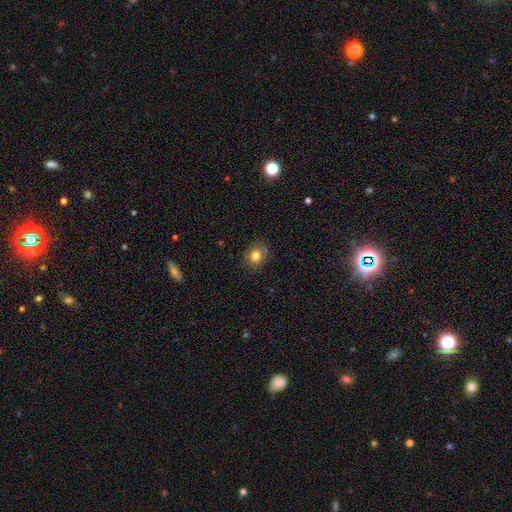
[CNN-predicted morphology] Smooth or featured?
  - smooth: 79% *
  - star or artifact: 12%
  - featured or disk: 9%
How rounded?
  - round: 67% *
  - in between: 32%
  - cigar-shaped: 1%
Merging?
  - none: 79% *
  - minor disturbance: 15%
  - merger: 3%
  - major disturbance: 3%